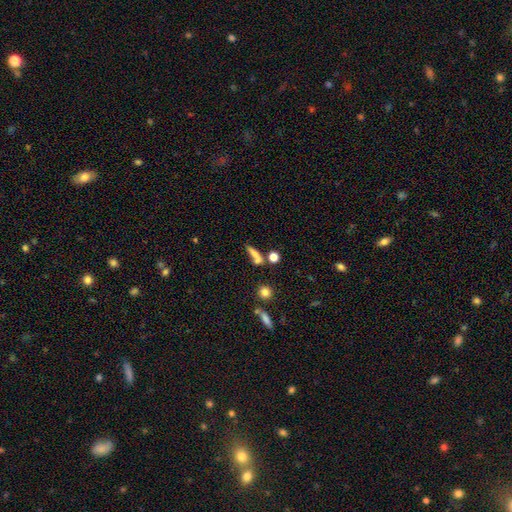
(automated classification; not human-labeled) Smooth or featured: smooth — 65% (featured or disk — 21%)
How rounded: cigar-shaped — 59% (in between — 28%)
Merging: none — 46% (merger — 28%)